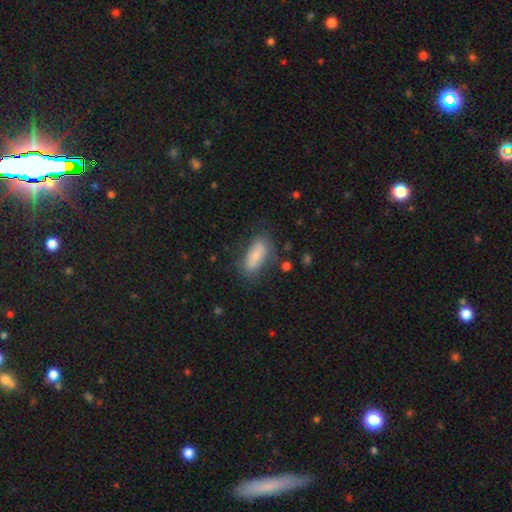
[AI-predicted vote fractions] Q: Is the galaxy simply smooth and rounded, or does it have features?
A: smooth — 72%.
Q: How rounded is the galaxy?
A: in between — 81%.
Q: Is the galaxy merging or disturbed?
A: none — 70%.